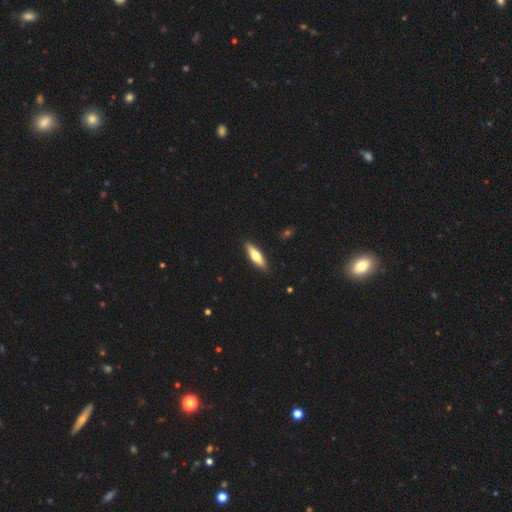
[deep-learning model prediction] smooth 66%, featured or disk 29%, star or artifact 5%. Down the decision tree: how rounded — cigar-shaped (58%); merging — none (90%).